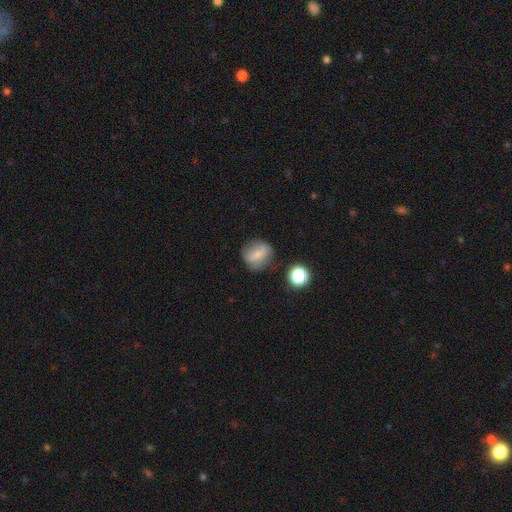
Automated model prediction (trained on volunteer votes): smooth_or_featured: smooth (p=0.65) [alt: featured or disk p=0.24]
how_rounded: round (p=0.68) [alt: in between p=0.30]
merging: none (p=0.69) [alt: minor disturbance p=0.21]